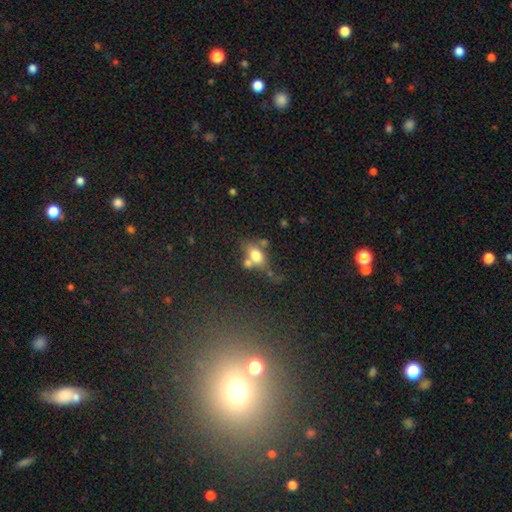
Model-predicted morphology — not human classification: Smooth or featured: smooth — 72% (featured or disk — 17%)
How rounded: in between — 73% (round — 22%)
Merging: none — 41% (merger — 33%)